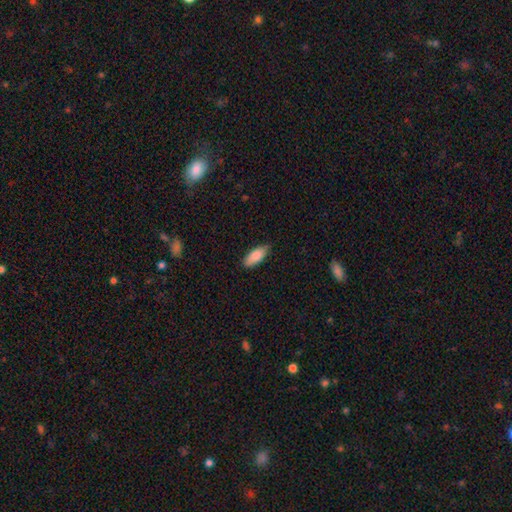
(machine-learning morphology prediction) A smooth galaxy with no disk features (86%) that is in between round and cigar-shaped (79%). Merging: none (78%).